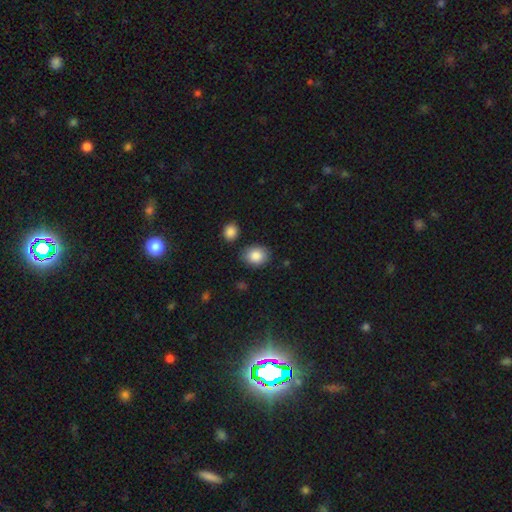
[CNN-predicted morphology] Smooth or featured? smooth (87%)
How rounded? in between (51%)
Merging? none (81%)